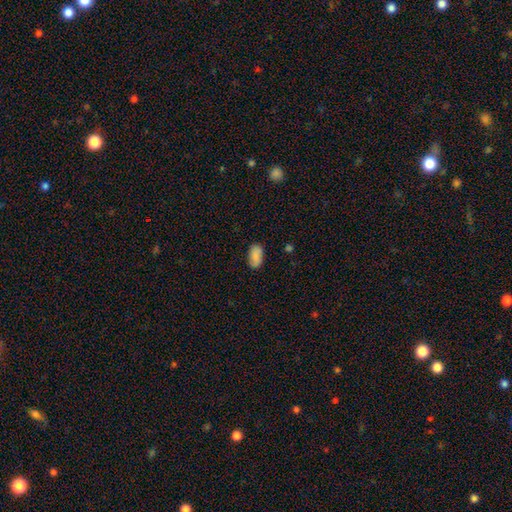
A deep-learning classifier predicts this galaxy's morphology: A smooth galaxy with no disk features (84%) that is in between round and cigar-shaped (94%). Merging: none (82%).